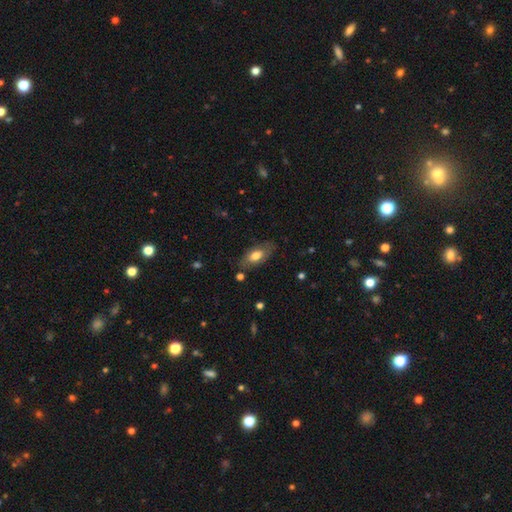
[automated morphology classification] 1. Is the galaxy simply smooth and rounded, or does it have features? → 68% smooth, 25% featured or disk, 7% star or artifact.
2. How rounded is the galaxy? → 88% in between, 8% cigar-shaped, 4% round.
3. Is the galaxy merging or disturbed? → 76% none, 17% minor disturbance, 5% major disturbance, 2% merger.